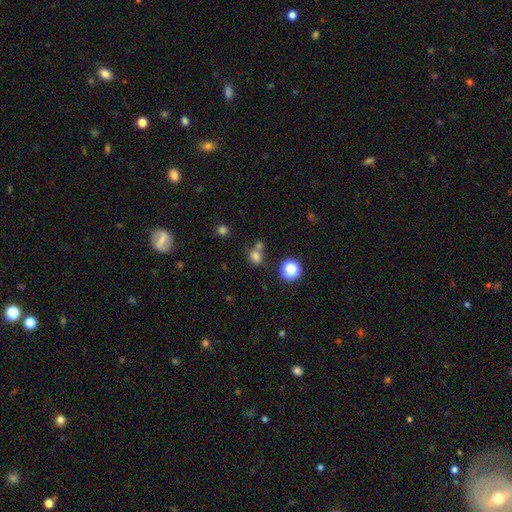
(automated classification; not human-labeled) Smooth or featured?
  - smooth: 73% *
  - star or artifact: 19%
  - featured or disk: 7%
How rounded?
  - round: 62% *
  - in between: 37%
  - cigar-shaped: 1%
Merging?
  - none: 52% *
  - merger: 32%
  - minor disturbance: 11%
  - major disturbance: 5%